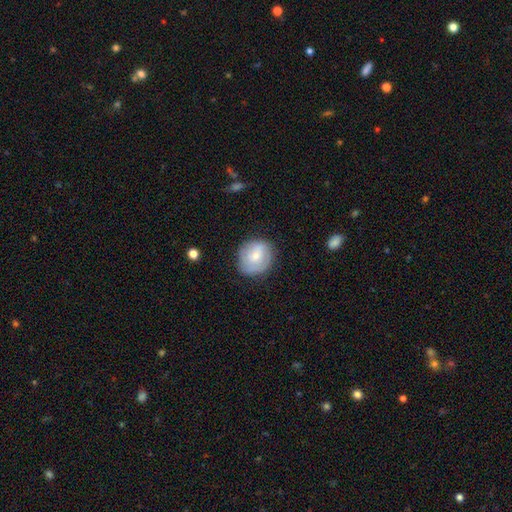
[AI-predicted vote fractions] A smooth galaxy with no disk features (57%) that is round (79%). Merging: none (74%).